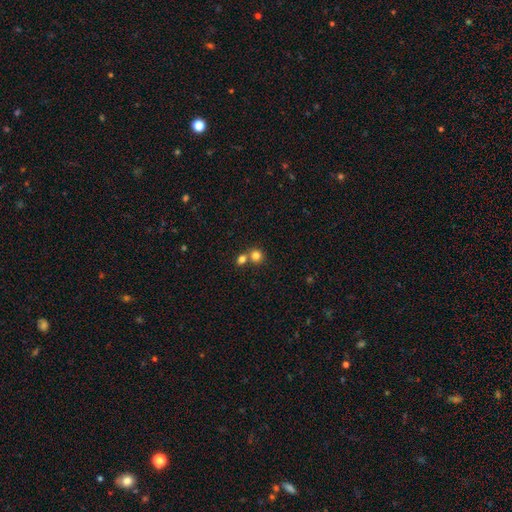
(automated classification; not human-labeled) smooth 81%, star or artifact 12%, featured or disk 7%. Down the decision tree: how rounded — round (86%); merging — none (50%).